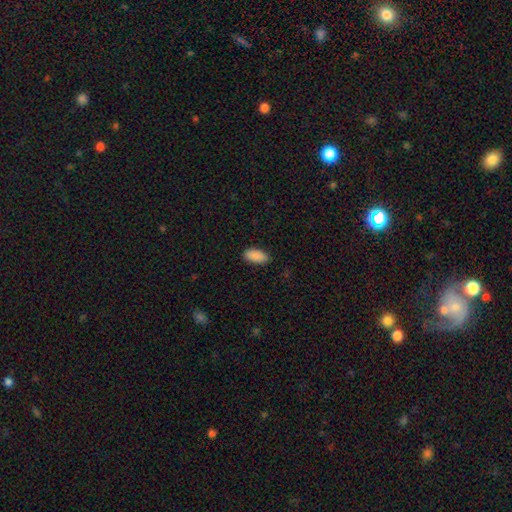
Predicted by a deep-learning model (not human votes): This is clearly a smooth galaxy (90%). How rounded: clearly in between (92%). Merging: clearly none (88%).